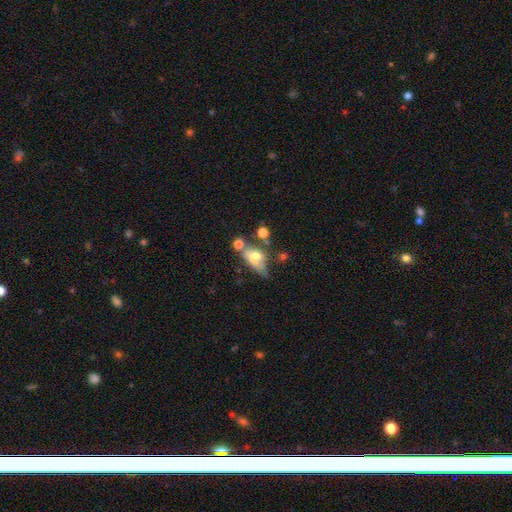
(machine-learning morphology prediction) type=smooth (55%); roundness=in between (77%); merging=merger (29%).